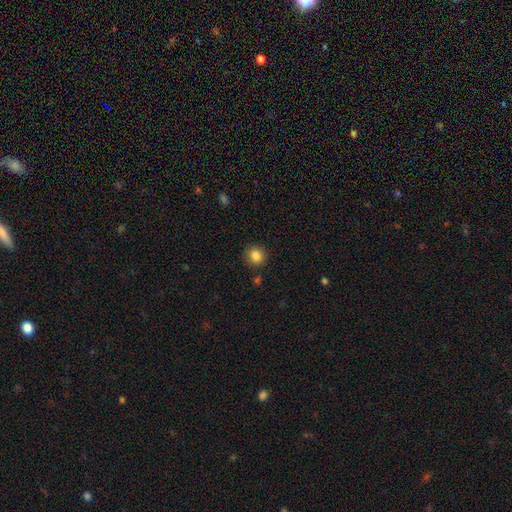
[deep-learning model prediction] smooth_or_featured: smooth (p=0.85) [alt: star or artifact p=0.11]
how_rounded: round (p=0.81) [alt: in between p=0.18]
merging: none (p=0.87) [alt: minor disturbance p=0.08]